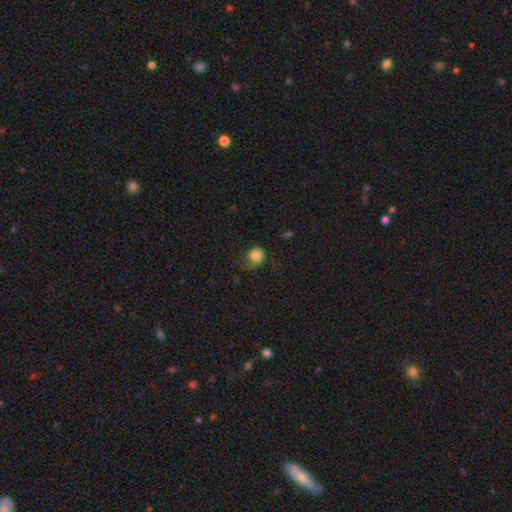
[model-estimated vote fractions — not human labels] Smooth or featured: smooth — 73% (featured or disk — 17%)
How rounded: round — 71% (in between — 28%)
Merging: none — 41% (major disturbance — 31%)